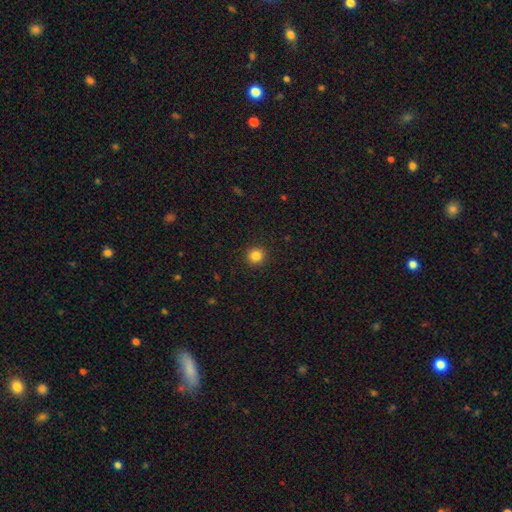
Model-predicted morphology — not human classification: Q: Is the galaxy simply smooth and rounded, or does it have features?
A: smooth — 84%.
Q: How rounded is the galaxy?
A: round — 93%.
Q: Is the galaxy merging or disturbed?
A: none — 92%.